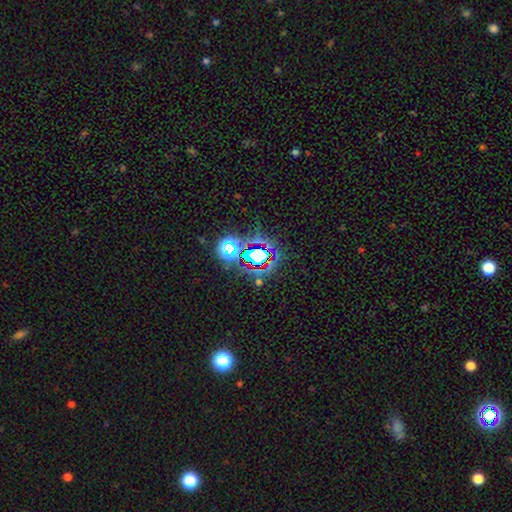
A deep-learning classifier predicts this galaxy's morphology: star or artifact 71%, smooth 19%, featured or disk 11%.